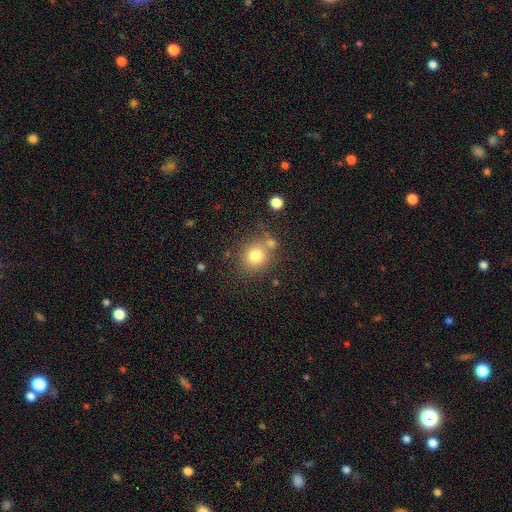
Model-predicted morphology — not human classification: smooth_or_featured: smooth (p=0.78) [alt: star or artifact p=0.13]
how_rounded: round (p=0.83) [alt: in between p=0.16]
merging: none (p=0.68) [alt: merger p=0.16]